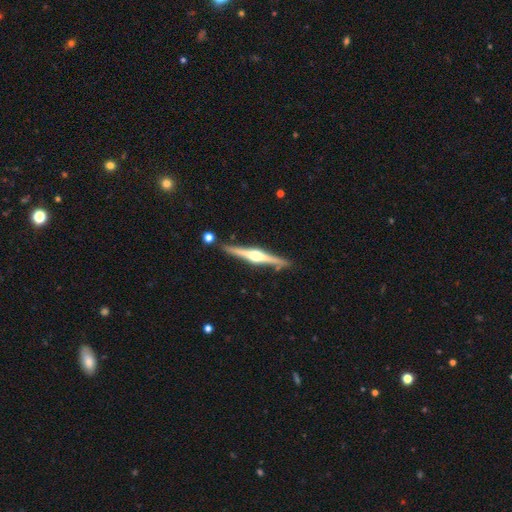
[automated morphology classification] A featured or disk galaxy (82%) viewed edge-on (98%) with a rounded central bulge (95%). Merging: none (86%).